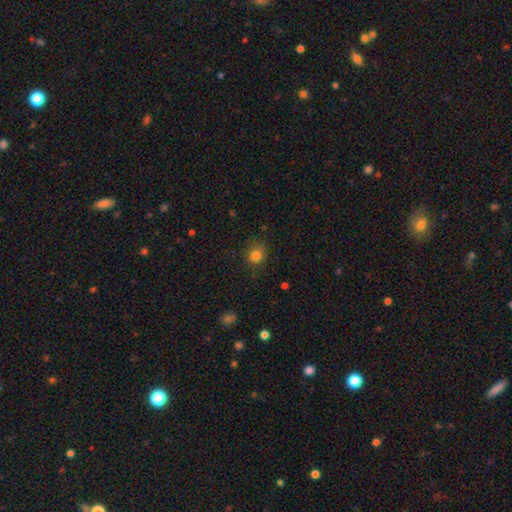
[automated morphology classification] A smooth galaxy with no disk features (81%) that is round (73%). Merging: none (74%).